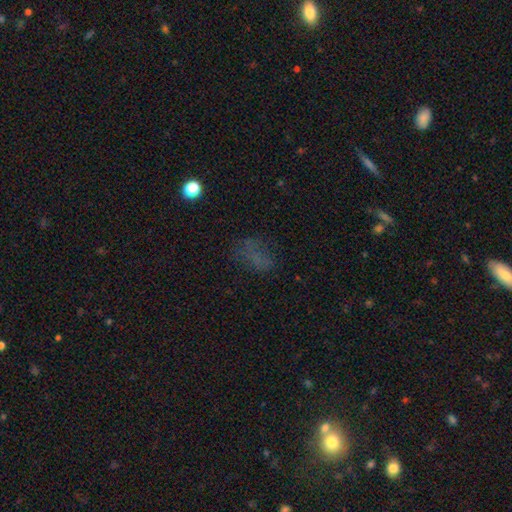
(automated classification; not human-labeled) The model was most divided on "smooth or featured": smooth: 50%, star or artifact: 31%, featured or disk: 19%. More confident: merging — none (60%).